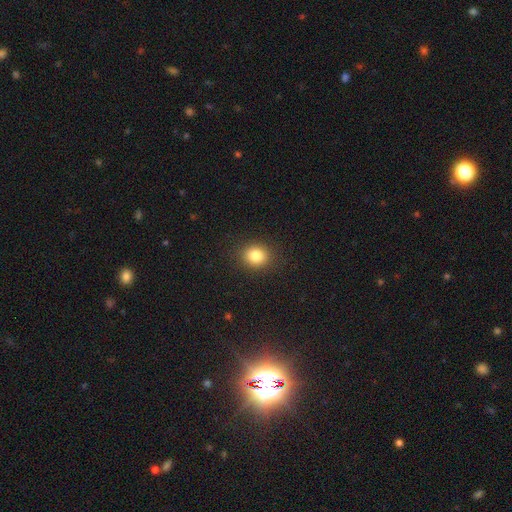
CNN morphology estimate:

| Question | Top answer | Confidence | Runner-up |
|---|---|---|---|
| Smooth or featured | smooth | 83% | star or artifact (11%) |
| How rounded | round | 70% | in between (29%) |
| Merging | none | 89% | minor disturbance (7%) |